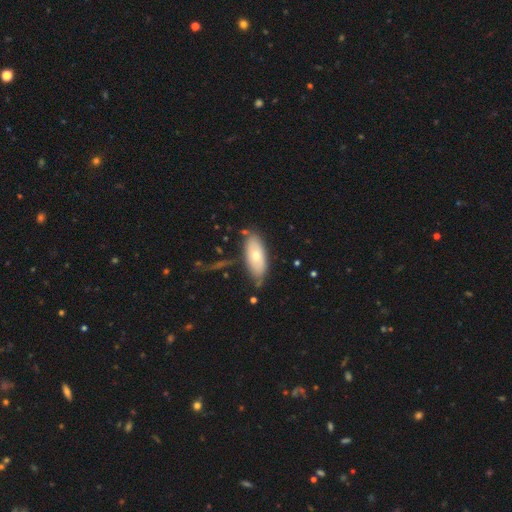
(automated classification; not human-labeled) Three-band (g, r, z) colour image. It shows a smooth galaxy with no disk features (63%) that is in between round and cigar-shaped (87%). Merging: none (67%).